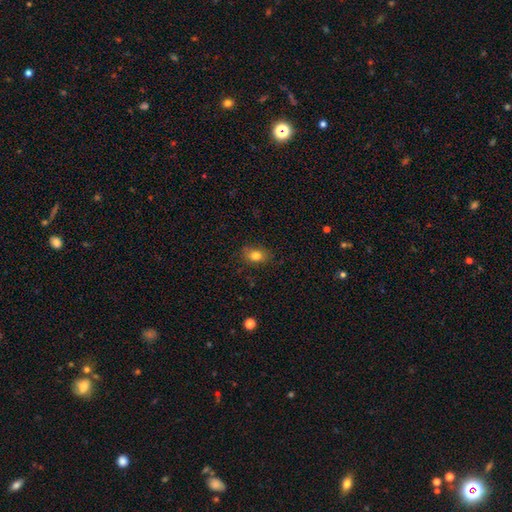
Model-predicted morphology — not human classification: Smooth or featured: smooth — 80% (star or artifact — 11%)
How rounded: in between — 67% (round — 31%)
Merging: none — 81% (minor disturbance — 15%)